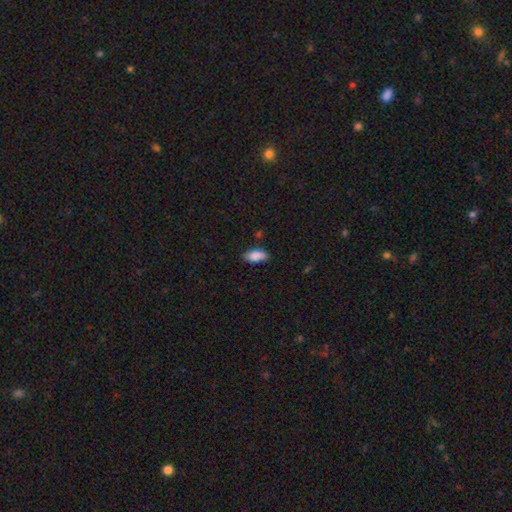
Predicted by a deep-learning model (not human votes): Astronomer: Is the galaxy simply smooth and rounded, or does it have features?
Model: smooth — 87%.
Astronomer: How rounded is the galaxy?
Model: in between — 90%.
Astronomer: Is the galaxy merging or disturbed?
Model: none — 78%.